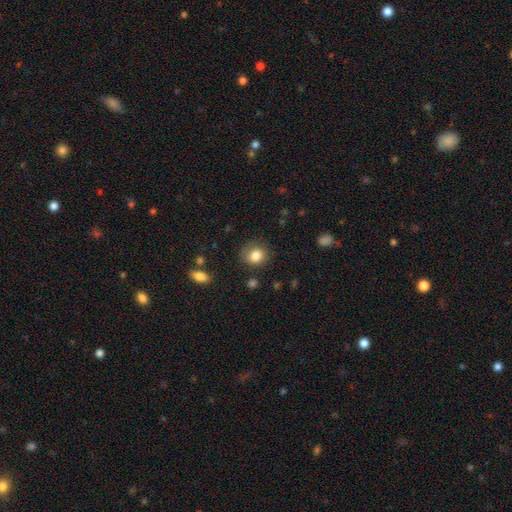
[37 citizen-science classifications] smooth_or_featured: smooth (p=0.86) [alt: featured or disk p=0.08]
how_rounded: round (p=0.81) [alt: in between p=0.19]
merging: none (p=0.80) [alt: minor disturbance p=0.17]